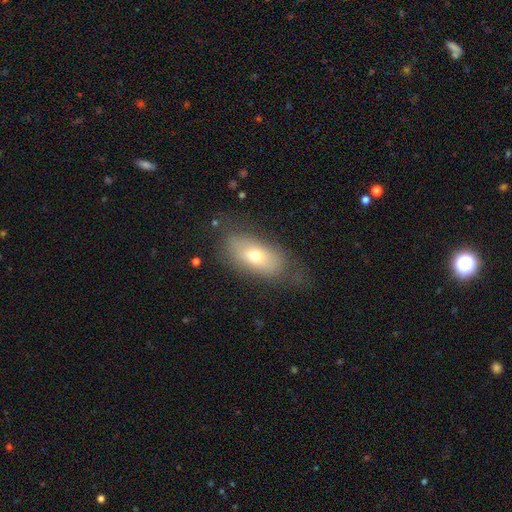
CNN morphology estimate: smooth-or-featured: smooth: 65% | featured or disk: 25% | star or artifact: 10%
  how-rounded: in between: 87% | round: 8% | cigar-shaped: 6%
  merging: none: 63% | minor disturbance: 22% | major disturbance: 13% | merger: 2%